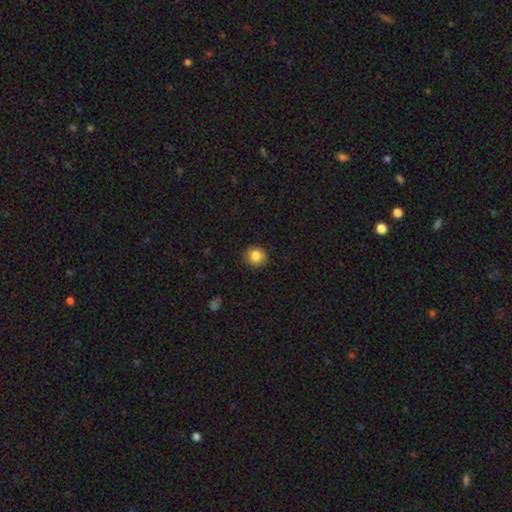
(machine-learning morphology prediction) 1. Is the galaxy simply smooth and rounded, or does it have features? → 84% smooth, 10% star or artifact, 6% featured or disk.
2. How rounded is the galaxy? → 88% round, 11% in between, 1% cigar-shaped.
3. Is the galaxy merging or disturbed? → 90% none, 7% minor disturbance, 2% major disturbance, 1% merger.